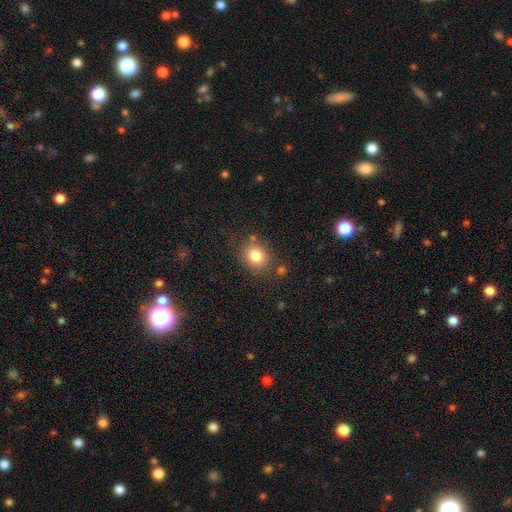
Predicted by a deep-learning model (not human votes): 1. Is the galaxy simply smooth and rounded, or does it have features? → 82% smooth, 11% star or artifact, 8% featured or disk.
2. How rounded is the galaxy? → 71% round, 29% in between, 1% cigar-shaped.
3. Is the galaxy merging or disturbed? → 79% none, 12% minor disturbance, 5% merger, 4% major disturbance.